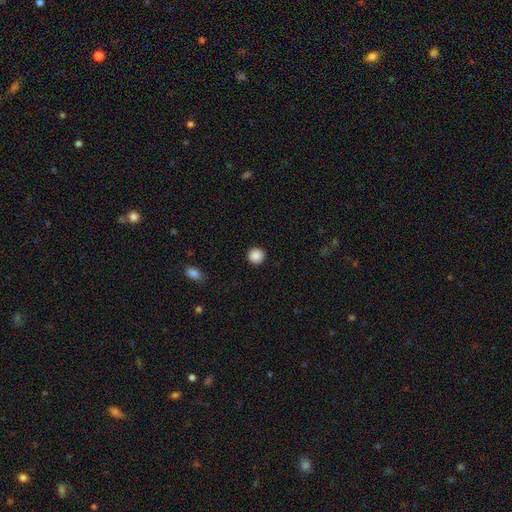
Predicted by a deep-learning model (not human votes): This is clearly a smooth galaxy (88%). How rounded: clearly round (94%). Merging: clearly none (92%).